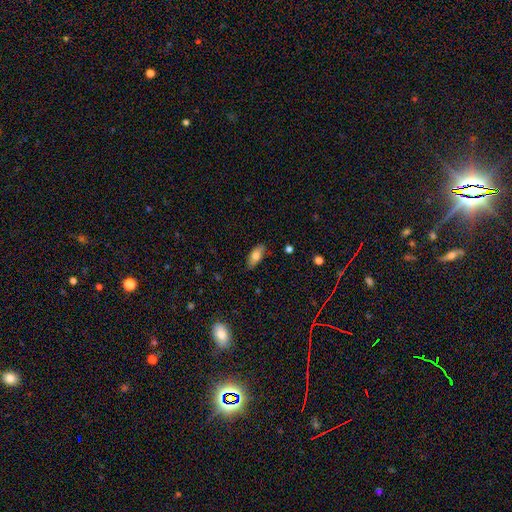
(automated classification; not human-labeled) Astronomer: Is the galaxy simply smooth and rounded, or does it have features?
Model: smooth — 77%.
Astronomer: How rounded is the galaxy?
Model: in between — 84%.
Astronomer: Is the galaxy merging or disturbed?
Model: none — 82%.